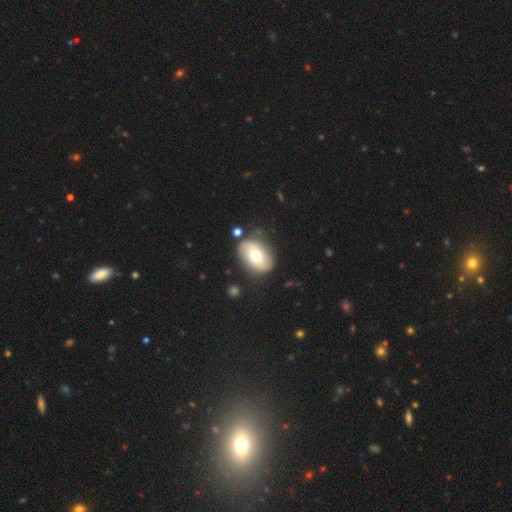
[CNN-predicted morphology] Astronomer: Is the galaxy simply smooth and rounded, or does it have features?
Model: smooth — 56% (runner-up: featured or disk, 37%).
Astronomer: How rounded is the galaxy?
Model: in between — 82%.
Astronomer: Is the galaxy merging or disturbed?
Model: none — 73%.